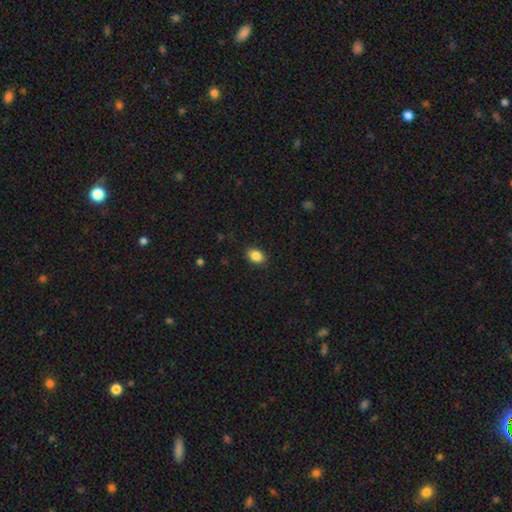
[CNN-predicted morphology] smooth 86%, star or artifact 8%, featured or disk 5%. Down the decision tree: how rounded — in between (75%); merging — none (88%).